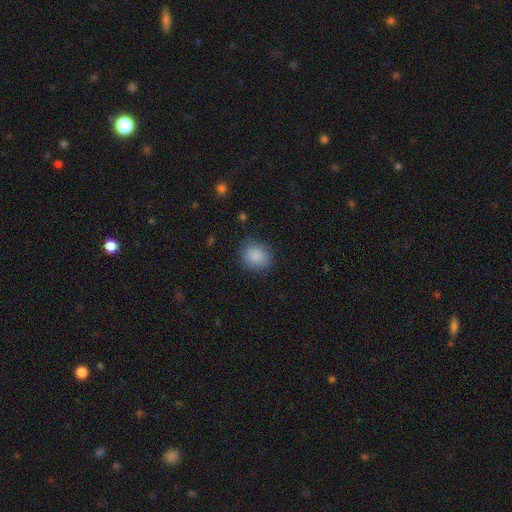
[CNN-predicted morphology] Smooth or featured? Predicted: smooth (p=0.88). How rounded? Predicted: round (p=0.73). Merging? Predicted: none (p=0.83).